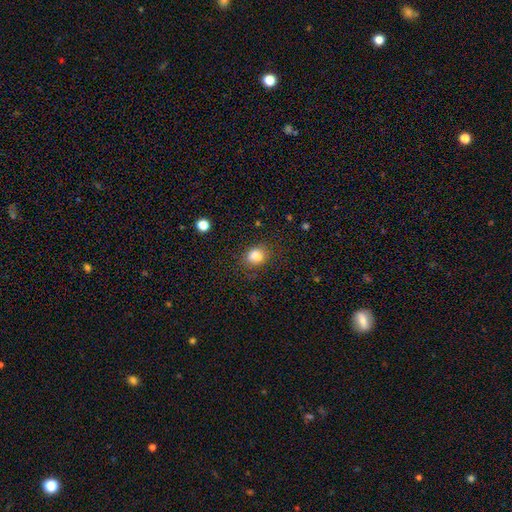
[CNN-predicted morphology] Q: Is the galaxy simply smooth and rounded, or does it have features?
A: smooth — 83%.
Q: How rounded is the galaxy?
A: round — 52%.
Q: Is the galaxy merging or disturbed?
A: none — 71%.